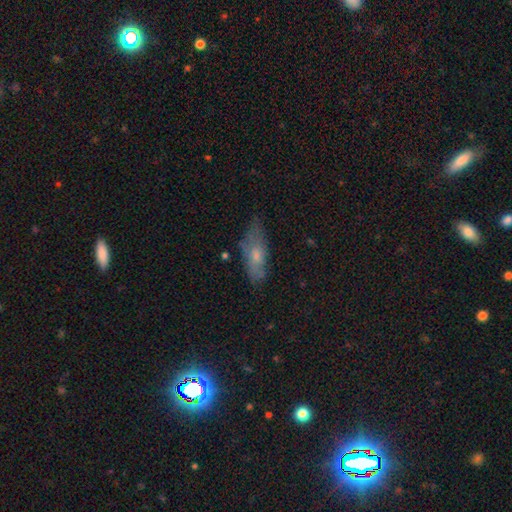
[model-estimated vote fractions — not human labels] smooth_or_featured: smooth (p=0.61) [alt: featured or disk p=0.31]
how_rounded: in between (p=0.66) [alt: cigar-shaped p=0.32]
merging: none (p=0.60) [alt: minor disturbance p=0.28]